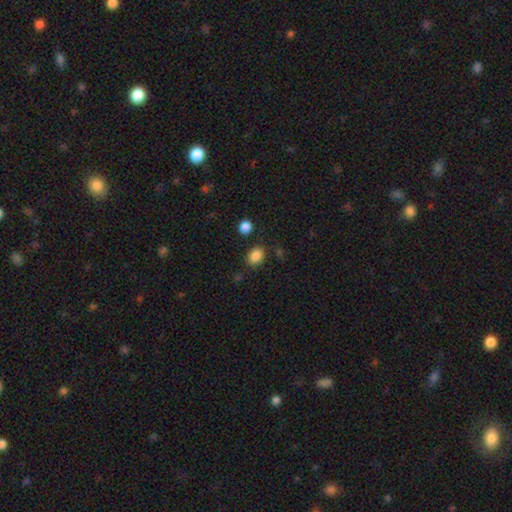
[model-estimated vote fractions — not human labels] Smooth or featured? Predicted: smooth (p=0.86). How rounded? Predicted: in between (p=0.64). Merging? Predicted: none (p=0.79).